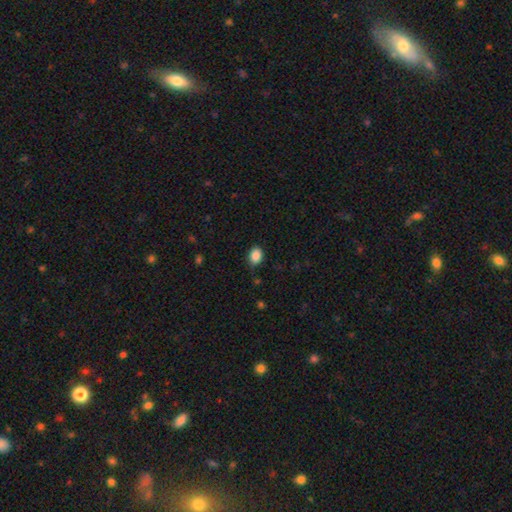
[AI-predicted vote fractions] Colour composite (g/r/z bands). It shows a smooth galaxy with no disk features (87%) that is in between round and cigar-shaped (70%). Merging: none (80%).